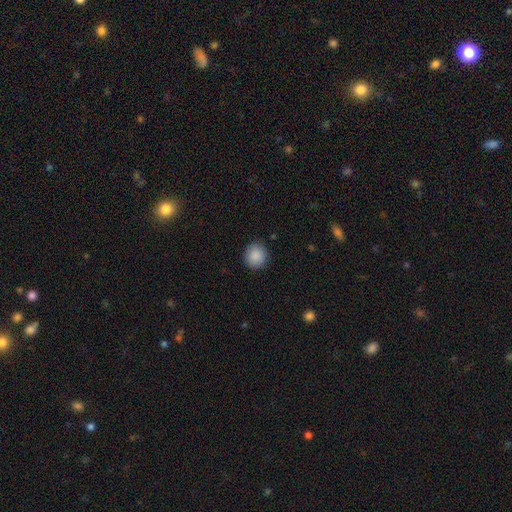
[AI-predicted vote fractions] Overall: smooth (89%). How rounded: round (91%). Merging: none (90%).